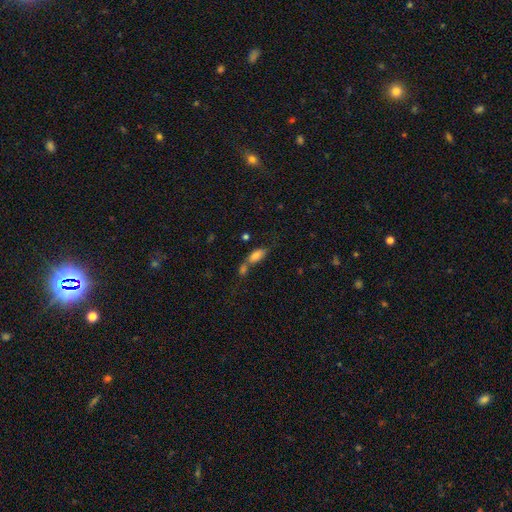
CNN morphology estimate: This appears to be a smooth galaxy with no disk features (77%) that is in between round and cigar-shaped (85%). Merging: merger (47%).